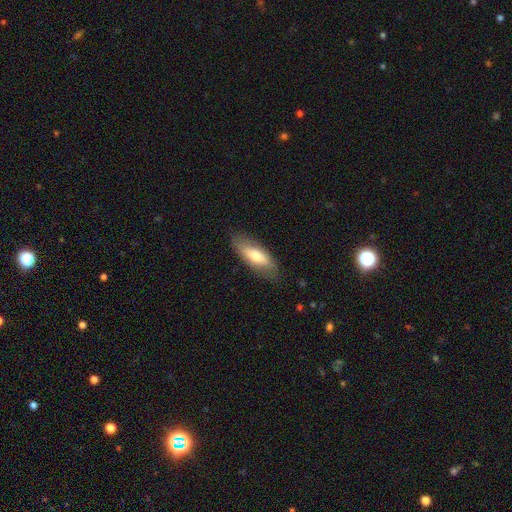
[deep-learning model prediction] Smooth or featured?
  - smooth: 67% *
  - featured or disk: 27%
  - star or artifact: 6%
How rounded?
  - in between: 65% *
  - cigar-shaped: 33%
  - round: 2%
Merging?
  - none: 80% *
  - minor disturbance: 15%
  - major disturbance: 3%
  - merger: 1%